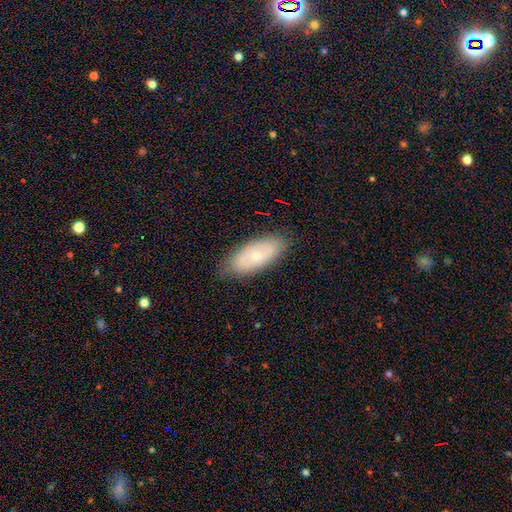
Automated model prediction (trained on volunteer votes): Smooth or featured?
  - smooth: 51% *
  - featured or disk: 42%
  - star or artifact: 7%
How rounded?
  - in between: 85% *
  - cigar-shaped: 12%
  - round: 3%
Merging?
  - none: 84% *
  - minor disturbance: 13%
  - major disturbance: 3%
  - merger: 1%